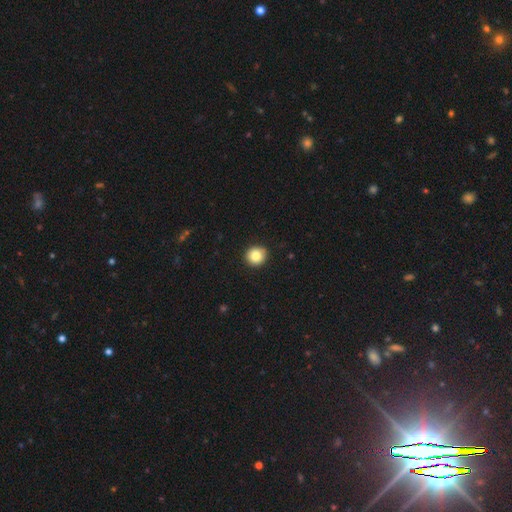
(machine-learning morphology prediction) A smooth galaxy with no disk features (84%) that is round (88%).

Vote fractions:
- Smooth or featured? smooth: 84% / star or artifact: 9% / featured or disk: 6%
- How rounded? round: 88% / in between: 11% / cigar-shaped: 1%
- Merging? none: 91% / minor disturbance: 6% / major disturbance: 2% / merger: 1%